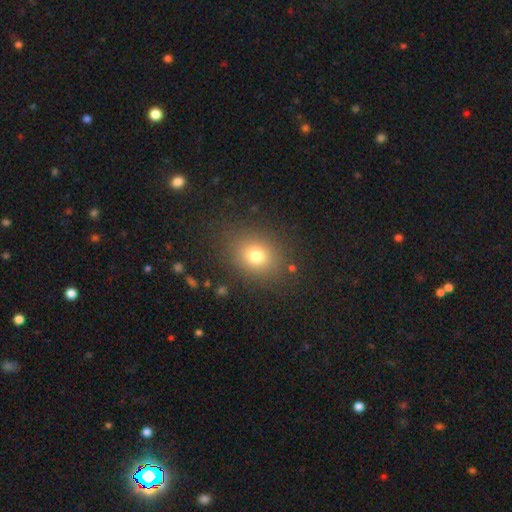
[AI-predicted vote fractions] Overall: smooth (75%). How rounded: round (59%; in between 40%). Merging: none (84%).